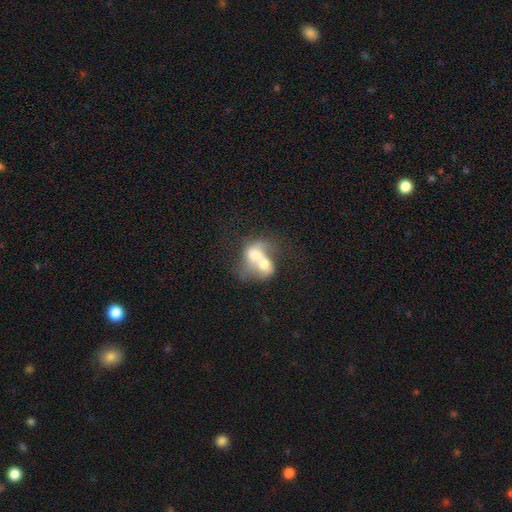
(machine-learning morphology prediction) Smooth or featured?
  - smooth: 47% *
  - featured or disk: 45%
  - star or artifact: 8%
Merging?
  - merger: 81% *
  - none: 8%
  - major disturbance: 7%
  - minor disturbance: 4%